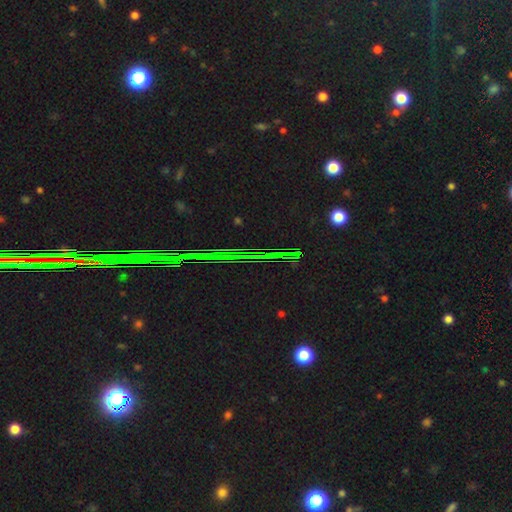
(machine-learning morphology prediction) A star or artifact, not a galaxy (83%).

Vote fractions:
- Smooth or featured? star or artifact: 83% / smooth: 9% / featured or disk: 8%